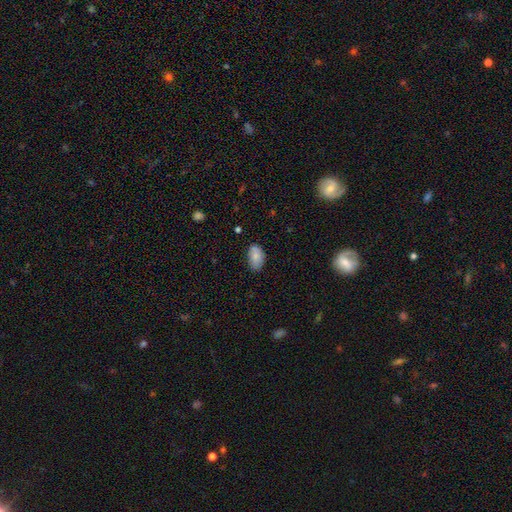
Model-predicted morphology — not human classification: Overall: smooth (83%). How rounded: in between (93%). Merging: none (74%).